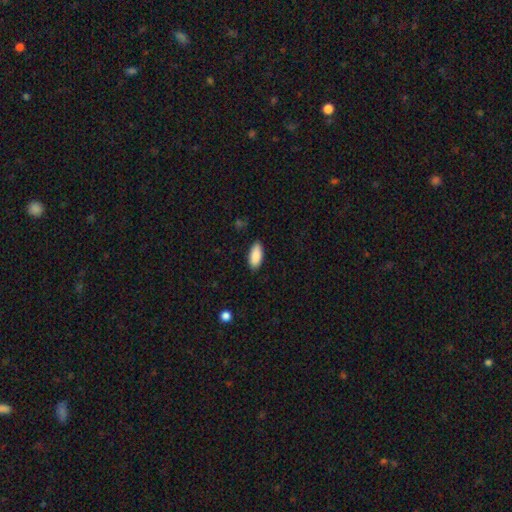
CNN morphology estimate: This appears to be a smooth galaxy with no disk features (90%) that is in between round and cigar-shaped (87%). Merging: none (87%).